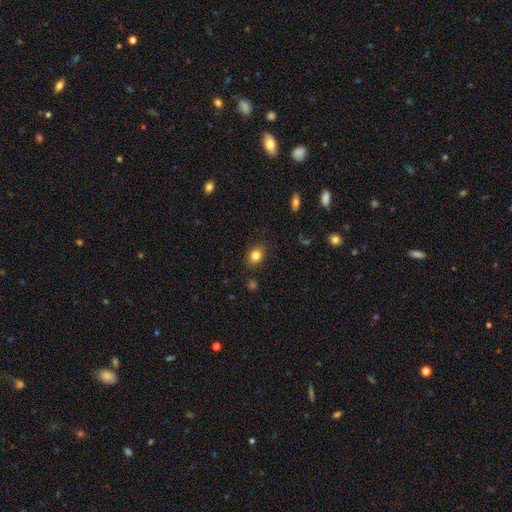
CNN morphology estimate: A smooth galaxy with no disk features (83%) that is in between round and cigar-shaped (58%). Merging: none (86%).